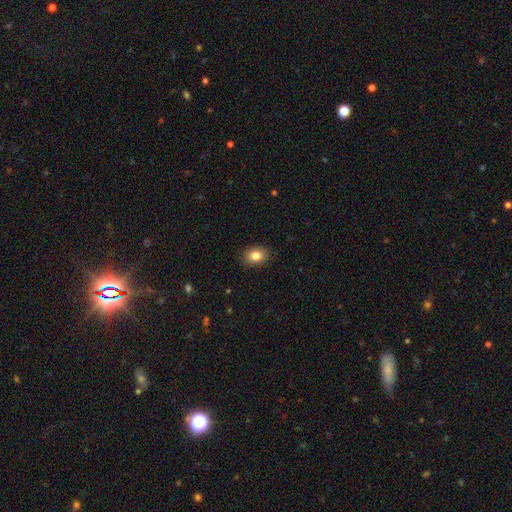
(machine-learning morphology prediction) type=smooth (84%); roundness=in between (69%); merging=none (88%).